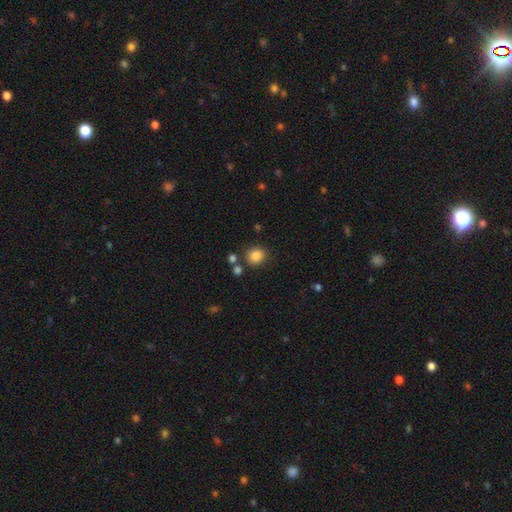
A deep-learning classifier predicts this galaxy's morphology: A smooth galaxy with no disk features (85%) that is round (84%).

Vote fractions:
- Smooth or featured? smooth: 85% / star or artifact: 10% / featured or disk: 4%
- How rounded? round: 84% / in between: 15% / cigar-shaped: 1%
- Merging? none: 80% / minor disturbance: 9% / merger: 8% / major disturbance: 3%